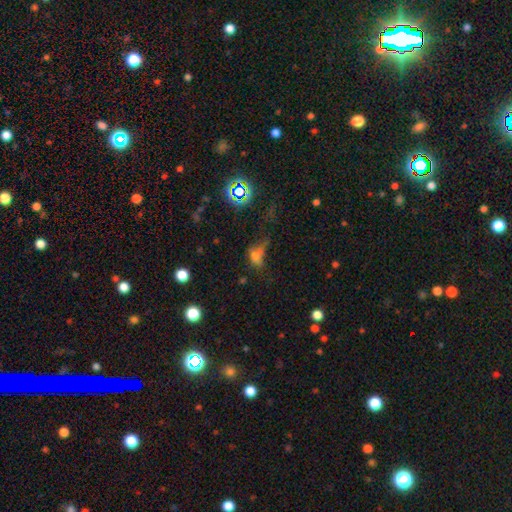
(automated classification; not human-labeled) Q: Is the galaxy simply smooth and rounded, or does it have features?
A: smooth — 56%.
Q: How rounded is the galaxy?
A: in between — 69%.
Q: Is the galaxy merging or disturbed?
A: major disturbance — 36%.